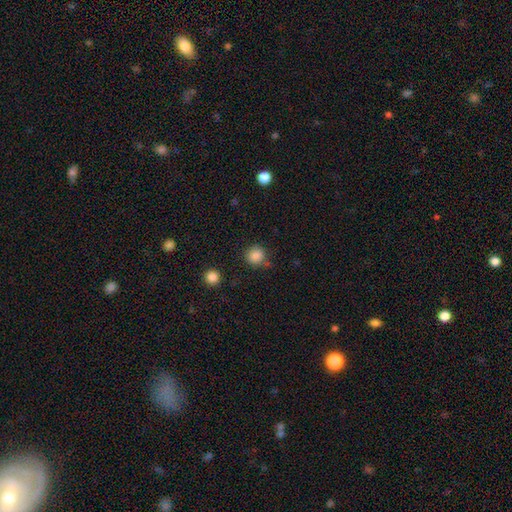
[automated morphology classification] A smooth galaxy with no disk features (86%) that is round (89%).

Vote fractions:
- Smooth or featured? smooth: 86% / star or artifact: 11% / featured or disk: 4%
- How rounded? round: 89% / in between: 10% / cigar-shaped: 1%
- Merging? none: 75% / minor disturbance: 15% / merger: 6% / major disturbance: 4%